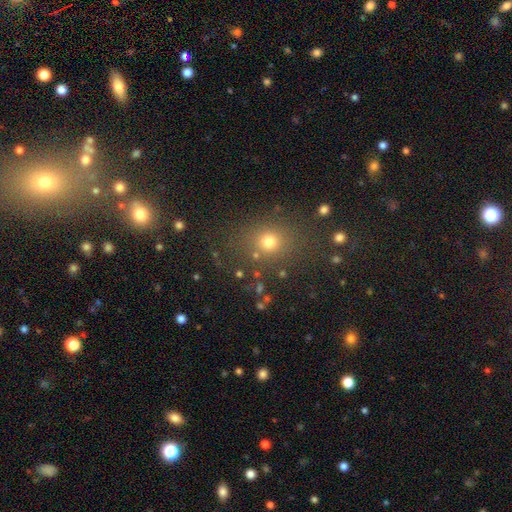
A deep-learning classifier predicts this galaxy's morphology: This appears to be a smooth galaxy with no disk features (67%) that is round (72%). Merging: none (82%).